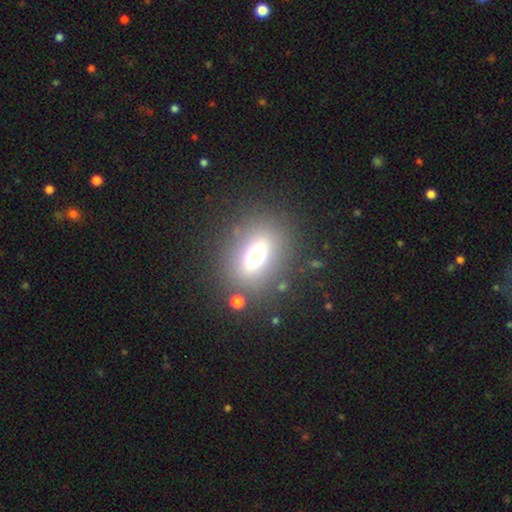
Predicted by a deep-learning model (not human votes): The model was most divided on "how rounded": in between: 58%, round: 34%, cigar-shaped: 8%. More confident: merging — none (81%); smooth or featured — smooth (55%).